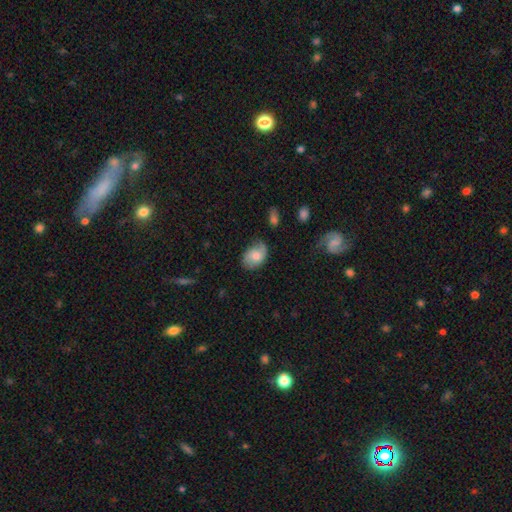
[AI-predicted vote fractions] Q: Smooth or featured?
A: smooth (63%); runner-up: featured or disk (29%)
Q: How rounded?
A: in between (78%); runner-up: round (21%)
Q: Merging?
A: none (63%); runner-up: minor disturbance (27%)